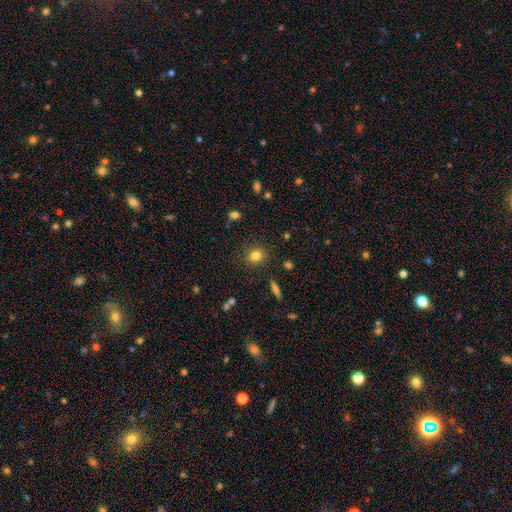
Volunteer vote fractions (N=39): A smooth galaxy with no disk features (79%) that is round (61%).

Vote fractions:
- Smooth or featured? smooth: 79% / featured or disk: 10% / star or artifact: 10%
- How rounded? round: 61% / in between: 35% / cigar-shaped: 3%
- Merging? none: 86% / minor disturbance: 9% / major disturbance: 3% / merger: 3%